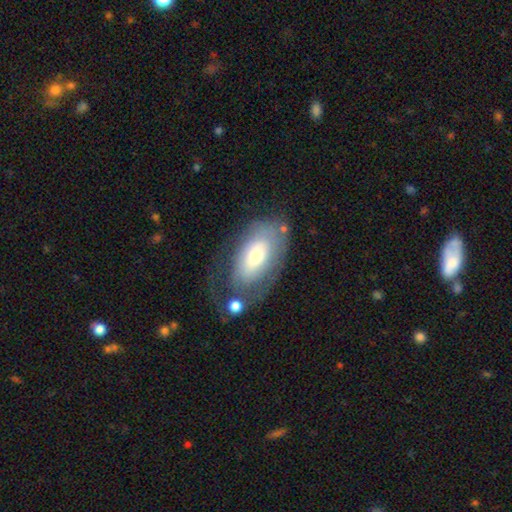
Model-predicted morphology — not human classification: type=smooth (52%); roundness=in between (91%); merging=none (48%).